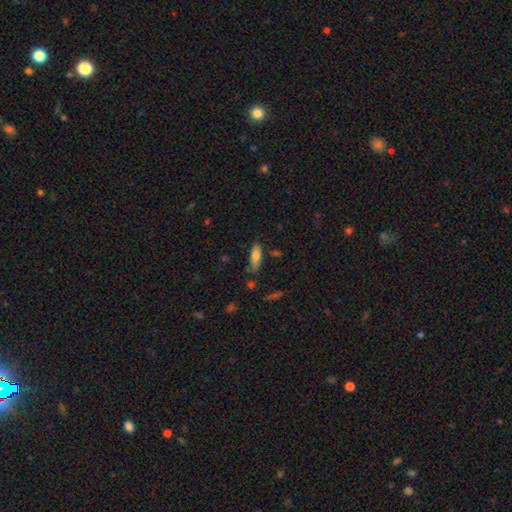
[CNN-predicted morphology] This is likely a smooth galaxy (76%). How rounded: likely in between (69%). Merging: likely none (68%).